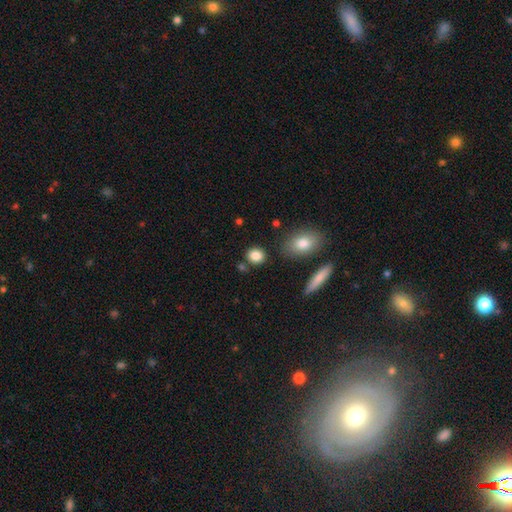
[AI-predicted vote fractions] Smooth or featured: smooth — 86% (star or artifact — 9%)
How rounded: round — 70% (in between — 28%)
Merging: none — 81% (minor disturbance — 10%)